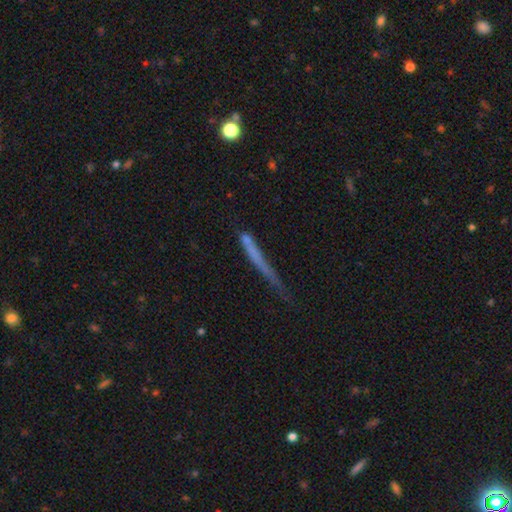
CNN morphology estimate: Q: Smooth or featured?
A: smooth (51%); runner-up: featured or disk (36%)
Q: How rounded?
A: cigar-shaped (93%); runner-up: in between (4%)
Q: Merging?
A: none (48%); runner-up: minor disturbance (23%)